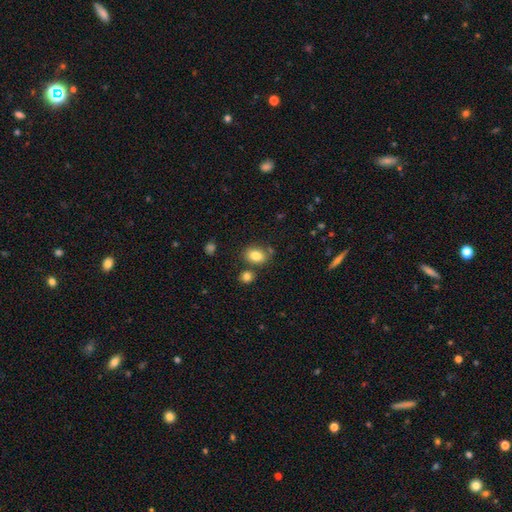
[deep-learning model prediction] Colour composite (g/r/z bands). It shows a smooth galaxy with no disk features (83%) that is in between round and cigar-shaped (68%). Merging: none (72%).